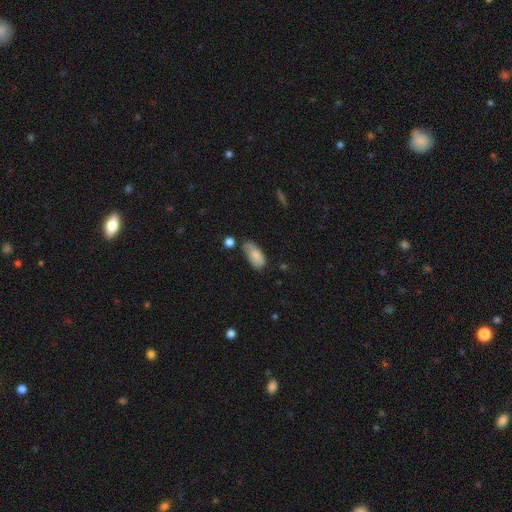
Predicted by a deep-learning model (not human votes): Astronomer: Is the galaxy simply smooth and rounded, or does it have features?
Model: smooth — 76%.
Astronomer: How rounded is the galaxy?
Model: in between — 91%.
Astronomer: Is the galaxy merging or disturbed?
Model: none — 47% (runner-up: minor disturbance, 34%).